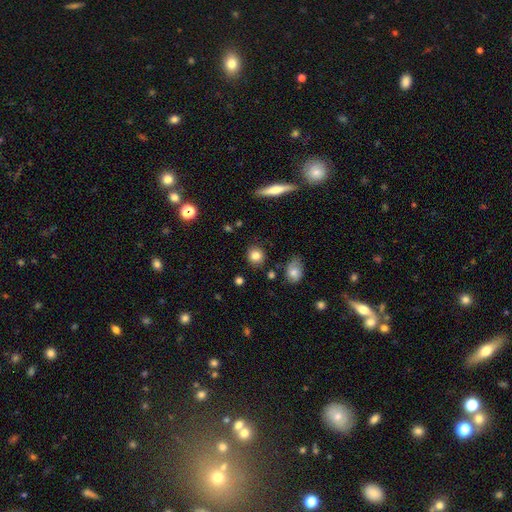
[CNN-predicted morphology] Smooth or featured? Predicted: smooth (p=0.81). How rounded? Predicted: round (p=0.83). Merging? Predicted: none (p=0.87).